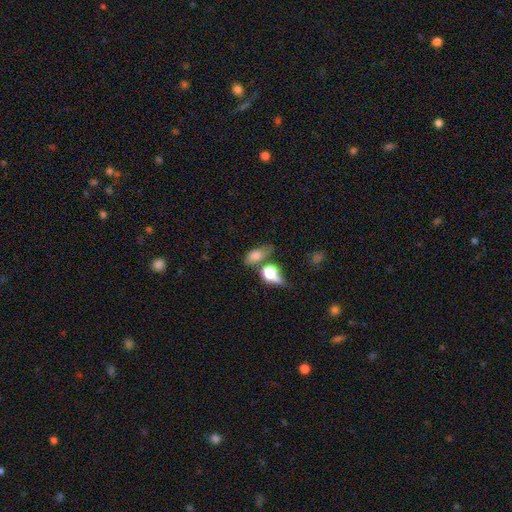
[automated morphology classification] type=smooth (70%); roundness=in between (75%); merging=none (43%).